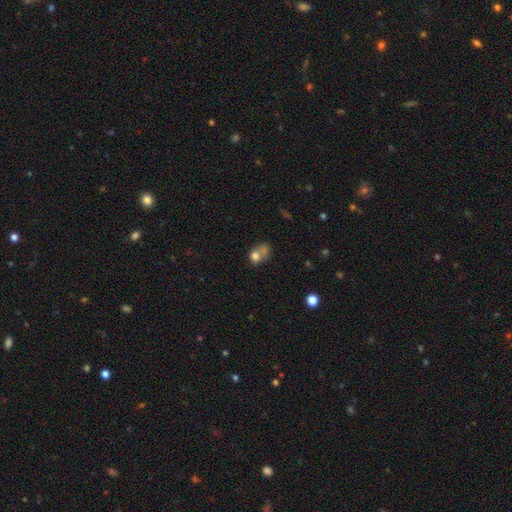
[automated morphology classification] smooth_or_featured: smooth (p=0.71) [alt: featured or disk p=0.18]
how_rounded: round (p=0.52) [alt: in between p=0.47]
merging: merger (p=0.57) [alt: none p=0.24]